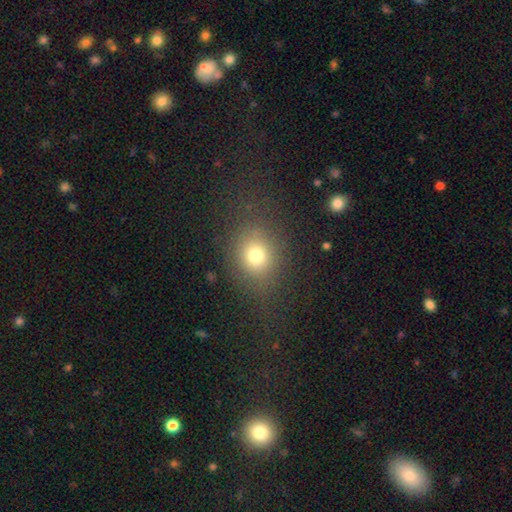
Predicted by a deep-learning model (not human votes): Smooth or featured?
  - smooth: 75% *
  - star or artifact: 16%
  - featured or disk: 10%
How rounded?
  - round: 68% *
  - in between: 31%
  - cigar-shaped: 1%
Merging?
  - none: 78% *
  - minor disturbance: 11%
  - major disturbance: 9%
  - merger: 2%